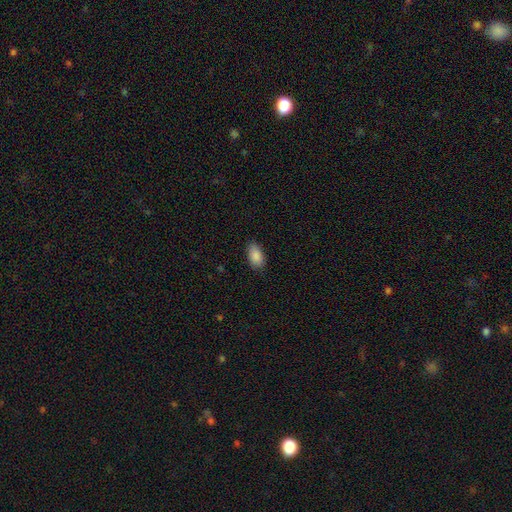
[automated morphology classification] Q: Smooth or featured?
A: smooth (89%); runner-up: star or artifact (7%)
Q: How rounded?
A: in between (93%); runner-up: round (4%)
Q: Merging?
A: none (84%); runner-up: minor disturbance (12%)